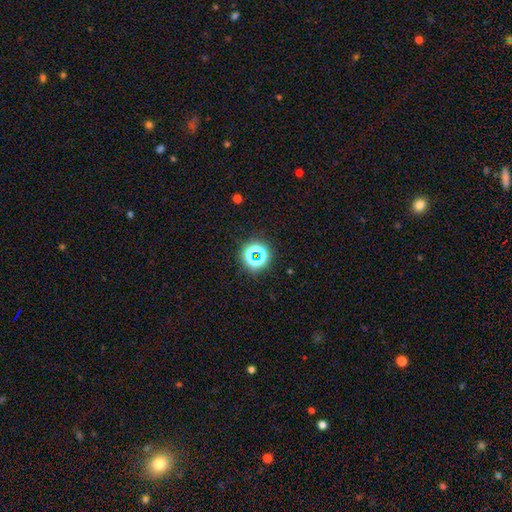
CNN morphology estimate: A star or artifact, not a galaxy (61%).

Vote fractions:
- Smooth or featured? star or artifact: 61% / smooth: 28% / featured or disk: 10%